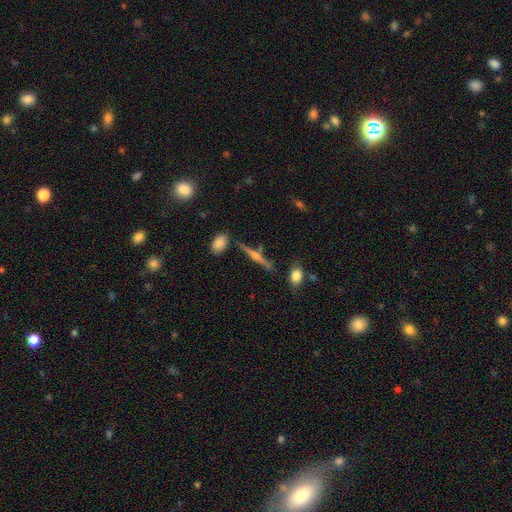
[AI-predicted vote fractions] Q: Smooth or featured?
A: featured or disk (71%); runner-up: smooth (19%)
Q: Edge-on disk?
A: yes (97%); runner-up: no (3%)
Q: Edge-on bulge?
A: rounded (88%); runner-up: none (7%)
Q: Merging?
A: none (82%); runner-up: minor disturbance (10%)